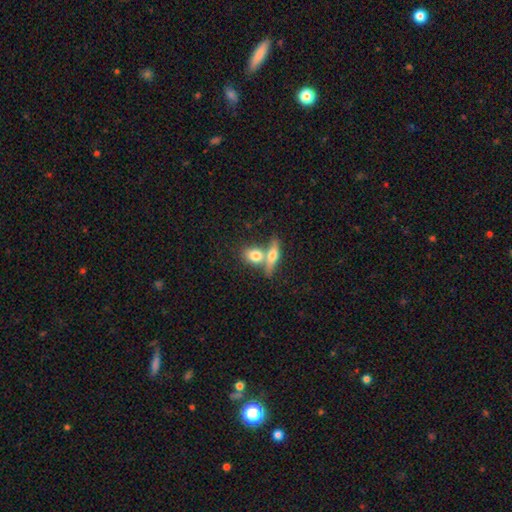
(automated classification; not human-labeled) A smooth galaxy with no disk features (73%) that is in between round and cigar-shaped (64%).

Vote fractions:
- Smooth or featured? smooth: 73% / featured or disk: 21% / star or artifact: 6%
- How rounded? in between: 64% / round: 24% / cigar-shaped: 12%
- Merging? merger: 52% / none: 36% / minor disturbance: 8% / major disturbance: 4%